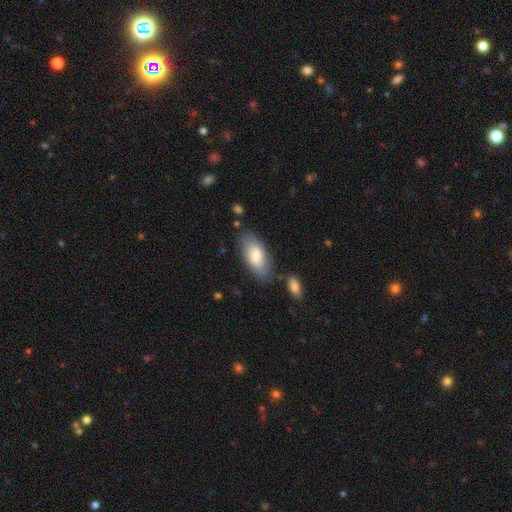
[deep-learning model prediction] Smooth or featured? smooth (73%)
How rounded? in between (90%)
Merging? none (73%)